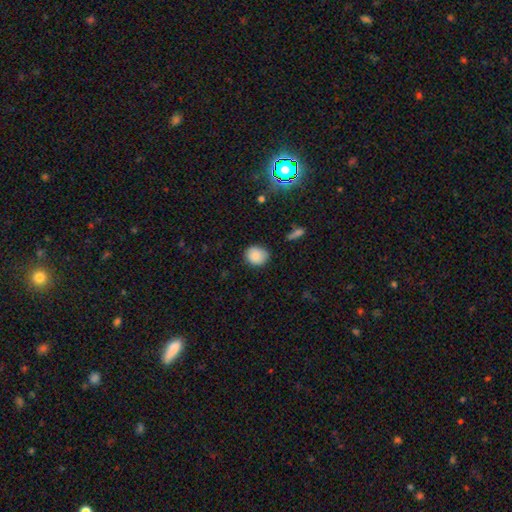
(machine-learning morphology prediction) smooth-or-featured: smooth: 84% | star or artifact: 9% | featured or disk: 6%
  how-rounded: round: 70% | in between: 29% | cigar-shaped: 1%
  merging: none: 81% | minor disturbance: 15% | major disturbance: 3% | merger: 2%